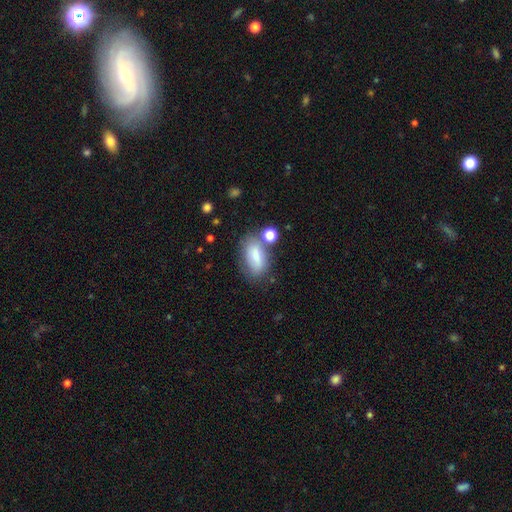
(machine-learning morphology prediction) This is likely a smooth galaxy (72%). How rounded: clearly in between (85%). Merging: likely none (61%).